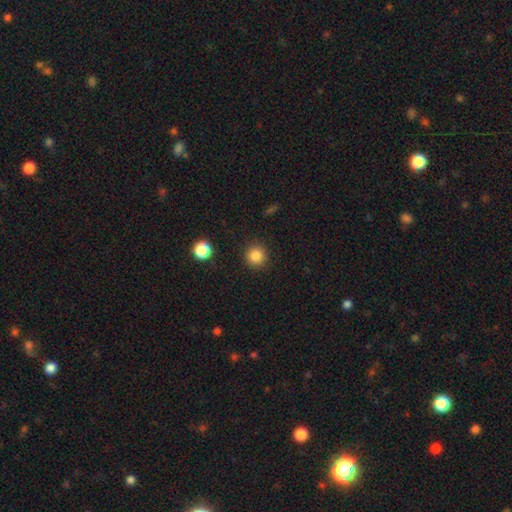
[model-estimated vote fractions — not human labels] A smooth galaxy with no disk features (84%) that is round (94%). Merging: none (91%).